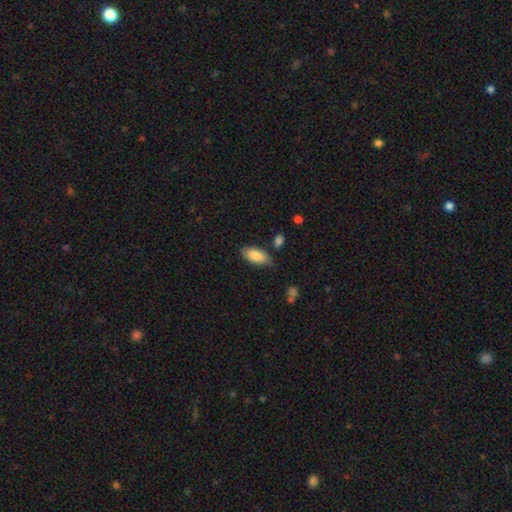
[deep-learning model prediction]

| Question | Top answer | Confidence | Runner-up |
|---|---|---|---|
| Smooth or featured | smooth | 85% | featured or disk (9%) |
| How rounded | in between | 89% | cigar-shaped (9%) |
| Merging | none | 76% | minor disturbance (17%) |